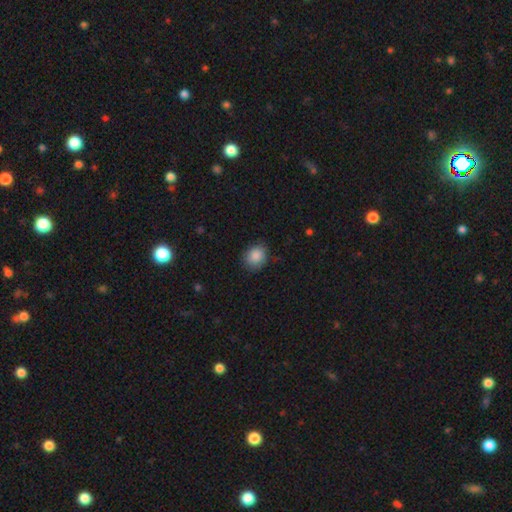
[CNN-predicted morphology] Smooth or featured: smooth — 88% (star or artifact — 8%)
How rounded: round — 71% (in between — 28%)
Merging: none — 80% (minor disturbance — 16%)